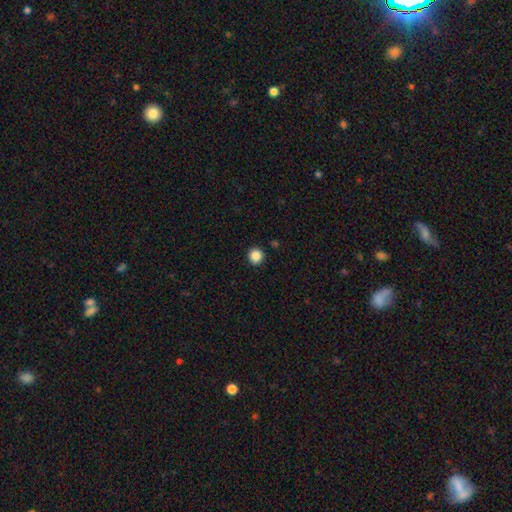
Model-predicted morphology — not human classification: This appears to be a smooth galaxy with no disk features (87%) that is round (93%). Merging: none (91%).